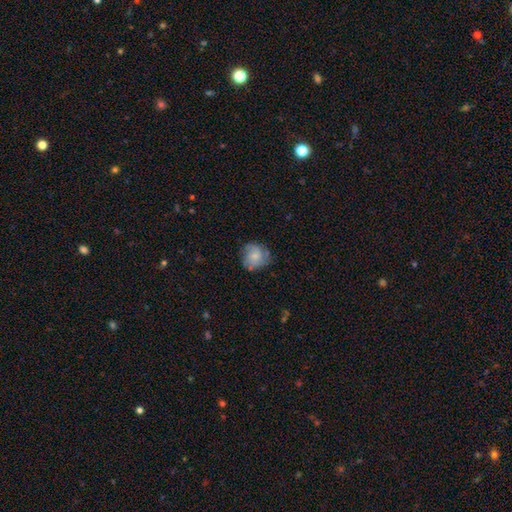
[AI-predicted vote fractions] This appears to be a smooth galaxy with no disk features (55%) that is round (83%). Merging: none (69%).